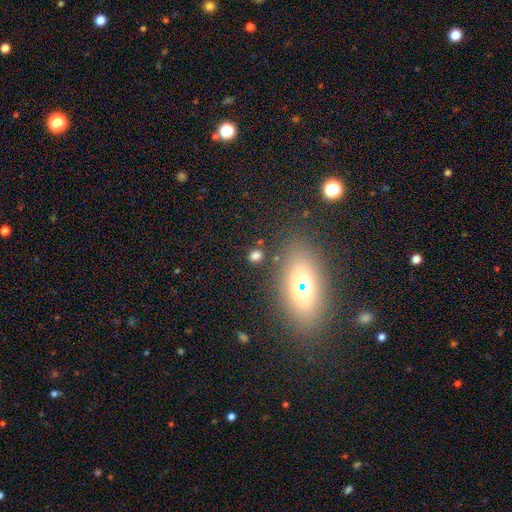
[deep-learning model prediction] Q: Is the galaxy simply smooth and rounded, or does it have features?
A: smooth — 71%.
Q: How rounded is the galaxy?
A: round — 53%.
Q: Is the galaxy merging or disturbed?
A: none — 81%.